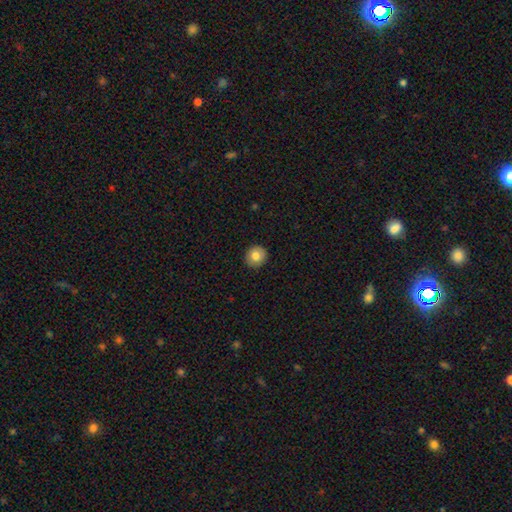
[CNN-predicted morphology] A smooth galaxy with no disk features (81%) that is round (90%). Merging: none (91%).